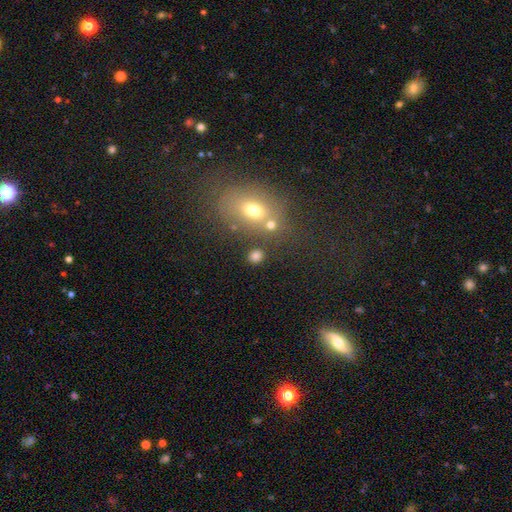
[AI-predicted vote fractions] Q: Smooth or featured?
A: smooth (79%); runner-up: star or artifact (14%)
Q: How rounded?
A: round (70%); runner-up: in between (29%)
Q: Merging?
A: none (77%); runner-up: merger (10%)